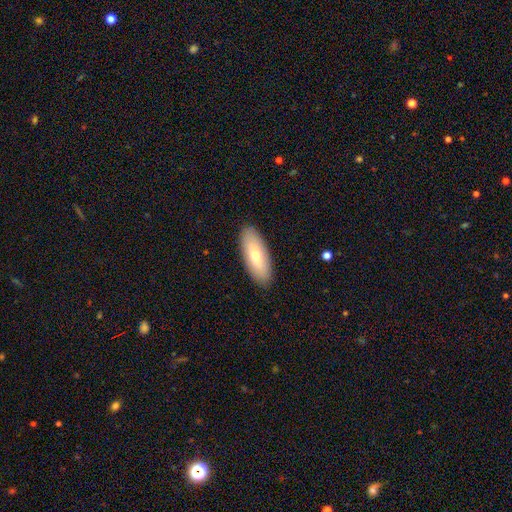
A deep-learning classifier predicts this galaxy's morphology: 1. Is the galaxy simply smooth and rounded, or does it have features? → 68% smooth, 26% featured or disk, 6% star or artifact.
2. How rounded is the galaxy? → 72% in between, 26% cigar-shaped, 2% round.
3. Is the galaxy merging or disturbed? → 89% none, 8% minor disturbance, 2% major disturbance, 1% merger.